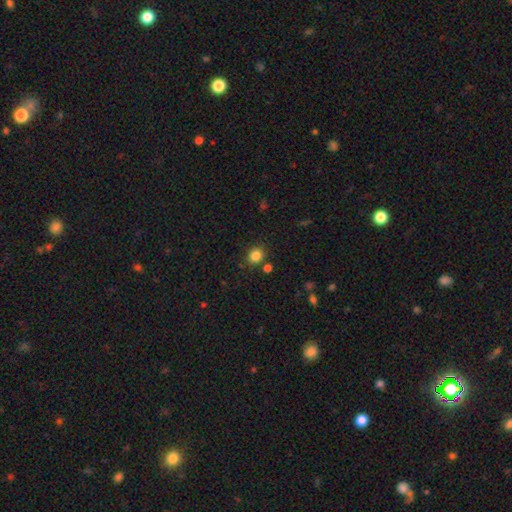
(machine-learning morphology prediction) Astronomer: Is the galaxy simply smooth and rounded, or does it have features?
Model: smooth — 83%.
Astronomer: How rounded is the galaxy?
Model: round — 70%.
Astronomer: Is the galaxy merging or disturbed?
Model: none — 82%.